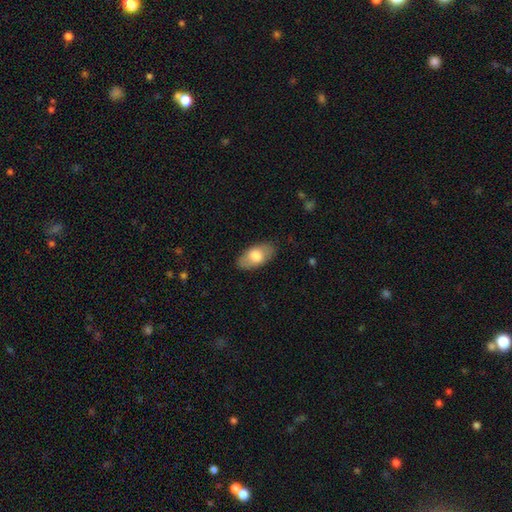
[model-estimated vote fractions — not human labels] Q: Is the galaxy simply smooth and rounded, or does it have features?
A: smooth — 71%.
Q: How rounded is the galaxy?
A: in between — 93%.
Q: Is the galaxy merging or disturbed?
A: none — 84%.